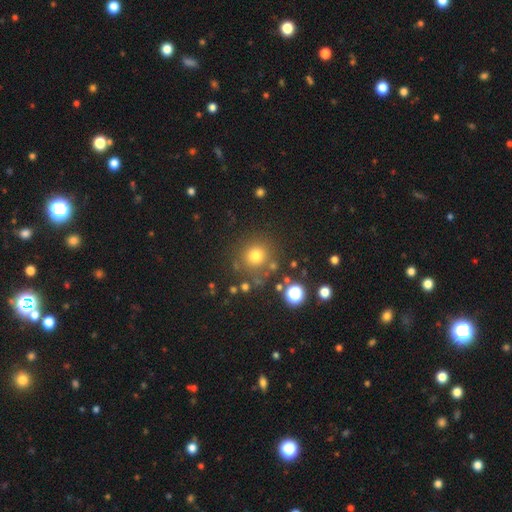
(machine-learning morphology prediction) Smooth or featured?
  - smooth: 74% *
  - star or artifact: 18%
  - featured or disk: 8%
How rounded?
  - round: 92% *
  - in between: 7%
  - cigar-shaped: 1%
Merging?
  - none: 79% *
  - minor disturbance: 10%
  - merger: 6%
  - major disturbance: 5%